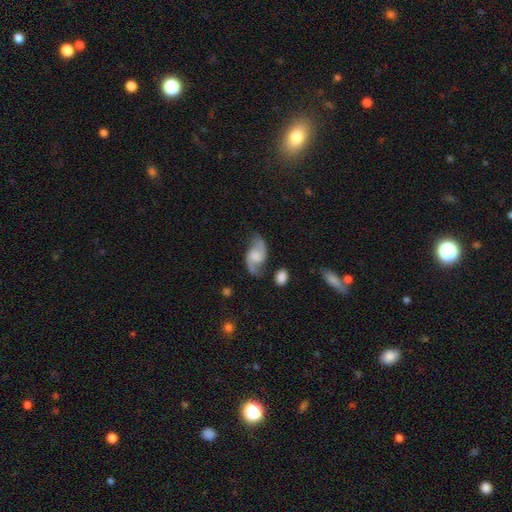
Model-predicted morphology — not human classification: Smooth or featured: featured or disk — 80% (smooth — 14%)
Edge-on disk: no — 97% (yes — 3%)
Bar: no — 51% (weak — 40%)
Spiral arms: yes — 95% (no — 5%)
Spiral winding: loose — 57% (medium — 35%)
Spiral arm count: 2 — 92% (can't tell — 3%)
Bulge size: none — 33% (moderate — 25%)
Merging: none — 69% (minor disturbance — 19%)